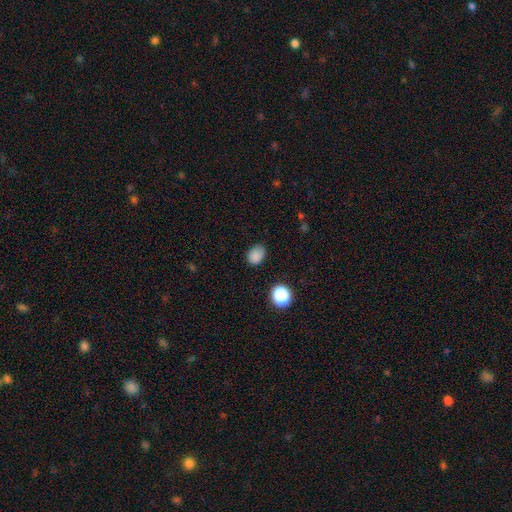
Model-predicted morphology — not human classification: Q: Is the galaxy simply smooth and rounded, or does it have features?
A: smooth — 83%.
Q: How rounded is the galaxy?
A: in between — 58%.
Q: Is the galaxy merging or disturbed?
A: none — 75%.